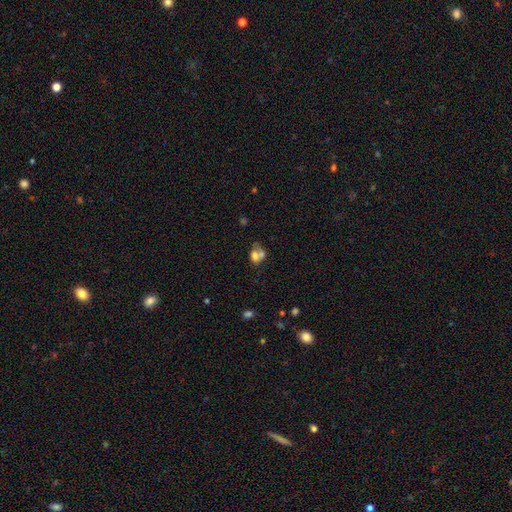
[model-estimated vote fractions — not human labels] Smooth or featured? smooth (62%)
How rounded? in between (60%)
Merging? merger (62%)